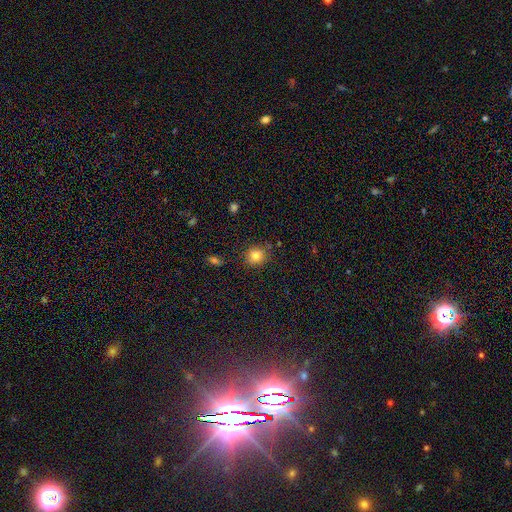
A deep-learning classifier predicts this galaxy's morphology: smooth_or_featured: smooth (p=0.81) [alt: star or artifact p=0.12]
how_rounded: round (p=0.82) [alt: in between p=0.17]
merging: none (p=0.83) [alt: minor disturbance p=0.12]